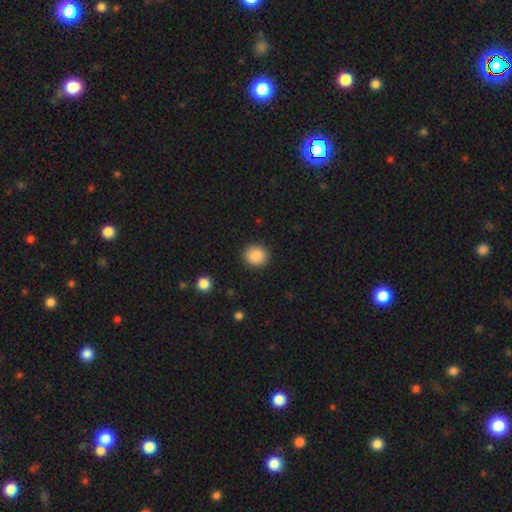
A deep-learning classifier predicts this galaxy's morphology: The model was most divided on "how rounded": round: 82%, in between: 17%, cigar-shaped: 1%. More confident: merging — none (90%); smooth or featured — smooth (88%).